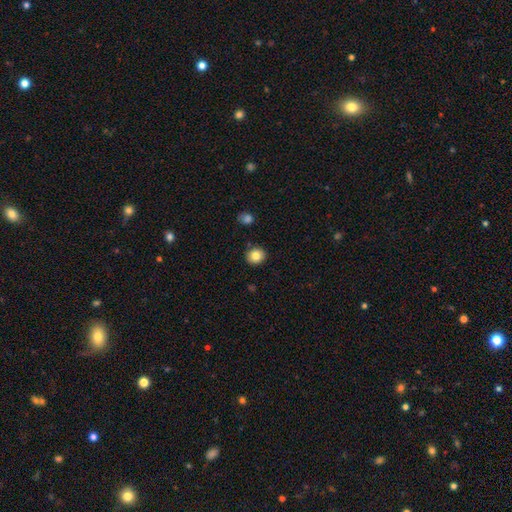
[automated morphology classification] smooth 83%, star or artifact 10%, featured or disk 7%. Down the decision tree: how rounded — round (83%); merging — none (89%).